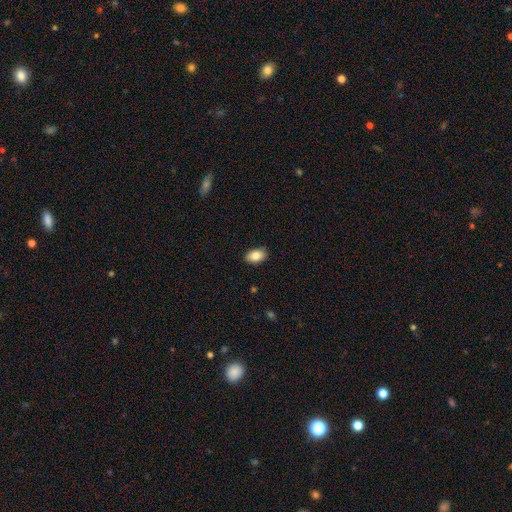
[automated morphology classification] A smooth galaxy with no disk features (85%) that is in between round and cigar-shaped (90%).

Vote fractions:
- Smooth or featured? smooth: 85% / featured or disk: 8% / star or artifact: 7%
- How rounded? in between: 90% / round: 9% / cigar-shaped: 1%
- Merging? none: 88% / minor disturbance: 9% / major disturbance: 2% / merger: 1%